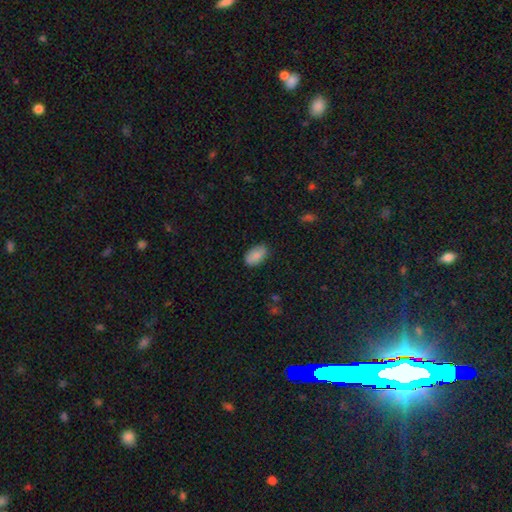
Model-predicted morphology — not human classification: The model was most divided on "merging": none: 83%, minor disturbance: 13%, major disturbance: 3%, merger: 1%. More confident: how rounded — in between (94%); smooth or featured — smooth (86%).